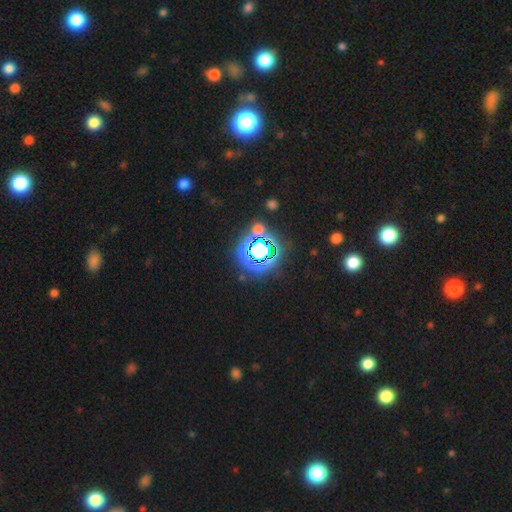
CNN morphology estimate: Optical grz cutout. It shows a star or artifact, not a galaxy (80%).